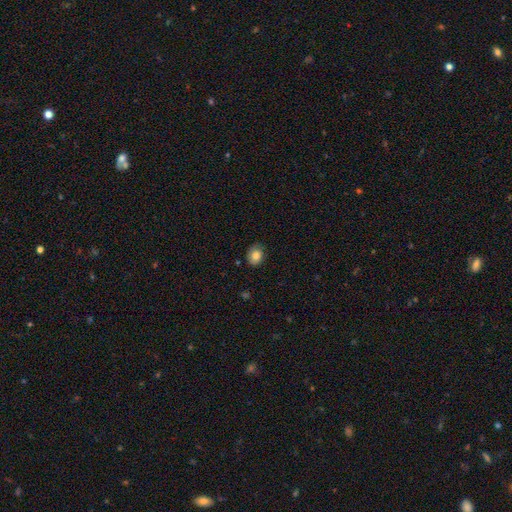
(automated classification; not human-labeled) Smooth or featured? Predicted: smooth (p=0.79). How rounded? Predicted: in between (p=0.55). Merging? Predicted: none (p=0.78).